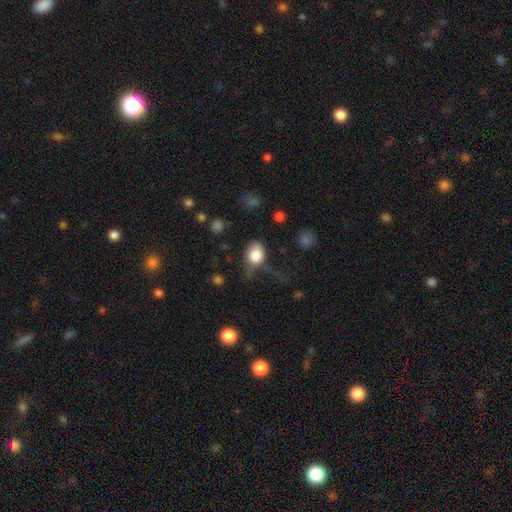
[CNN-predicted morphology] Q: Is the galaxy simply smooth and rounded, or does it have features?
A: smooth — 78%.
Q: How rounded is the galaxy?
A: in between — 63%.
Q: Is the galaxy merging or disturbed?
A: major disturbance — 39%.